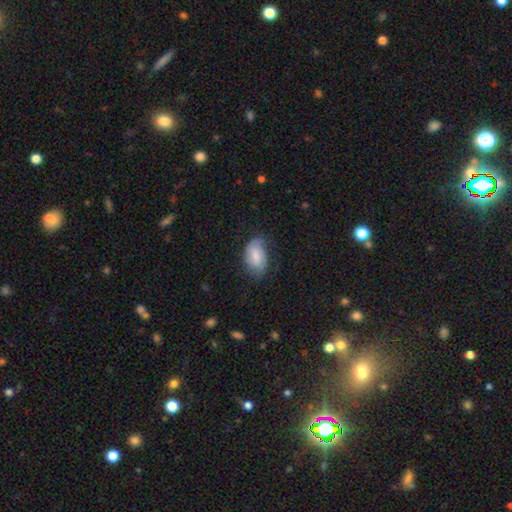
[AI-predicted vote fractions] This is likely a smooth galaxy (72%). How rounded: clearly in between (92%). Merging: possibly none (57%).